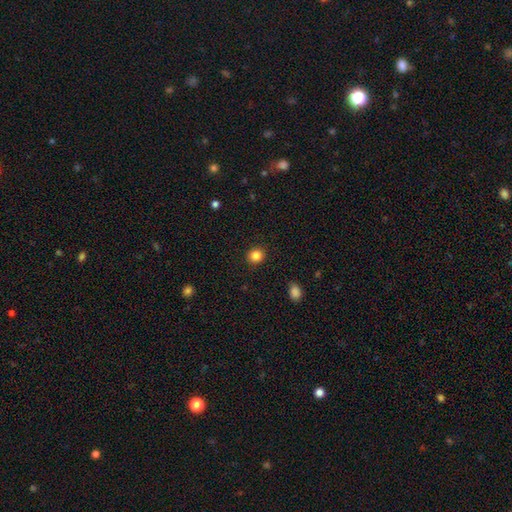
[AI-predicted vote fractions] The model was most divided on "how rounded": round: 84%, in between: 15%, cigar-shaped: 1%. More confident: merging — none (91%); smooth or featured — smooth (85%).